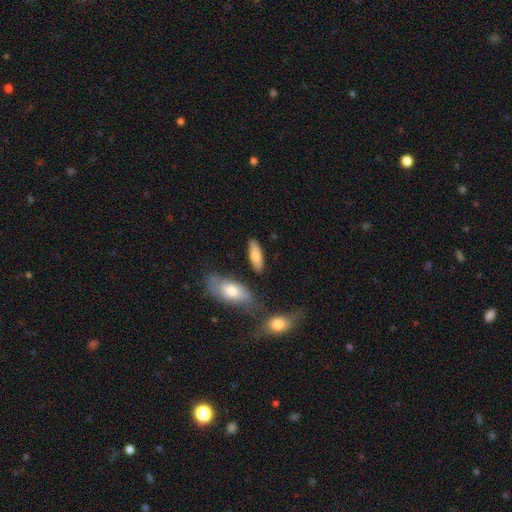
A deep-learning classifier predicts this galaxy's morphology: Smooth or featured? Predicted: smooth (p=0.75). How rounded? Predicted: in between (p=0.59). Merging? Predicted: none (p=0.80).